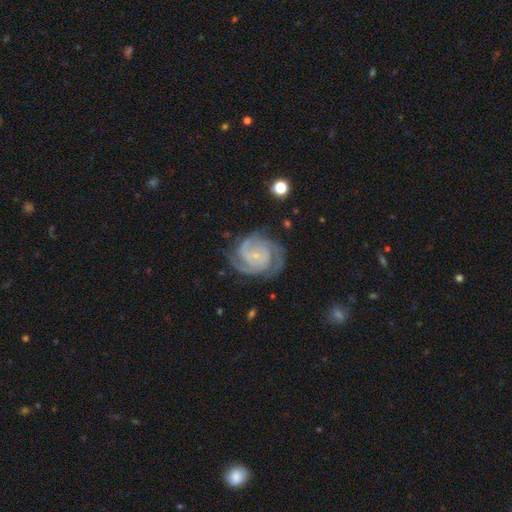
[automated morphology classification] Overall: featured or disk (90%). Edge-on disk: no (98%). Bar: no (65%; weak 27%). Spiral arms: yes (98%). Spiral arm count: 2 (35%, tied with 3). Spiral winding: tight (63%; medium 32%). Bulge size: small (84%). Merging: none (73%).